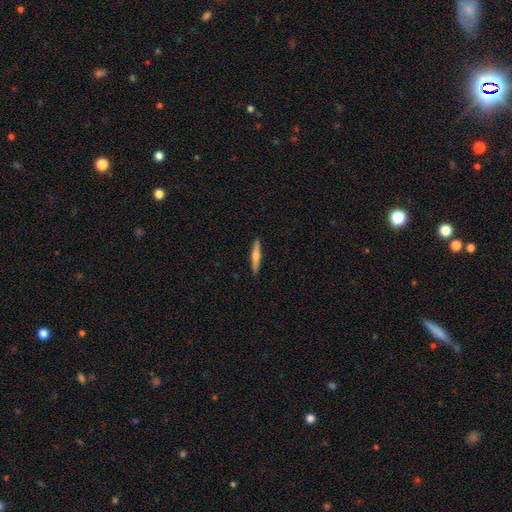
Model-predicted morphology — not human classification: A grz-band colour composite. It shows a smooth galaxy with no disk features (52%) that is cigar-shaped (90%). Merging: none (91%).